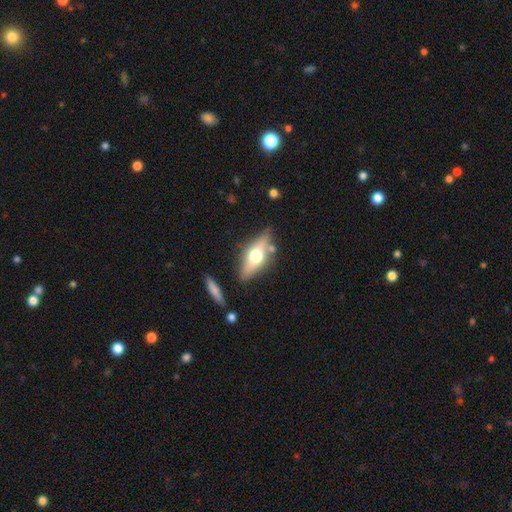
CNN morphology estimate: type=featured or disk (48%); merging=none (76%).